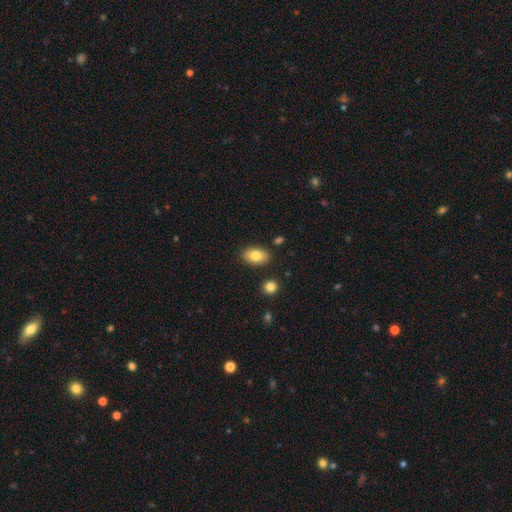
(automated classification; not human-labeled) Q: Smooth or featured?
A: smooth (83%); runner-up: featured or disk (10%)
Q: How rounded?
A: in between (92%); runner-up: round (6%)
Q: Merging?
A: none (86%); runner-up: minor disturbance (9%)